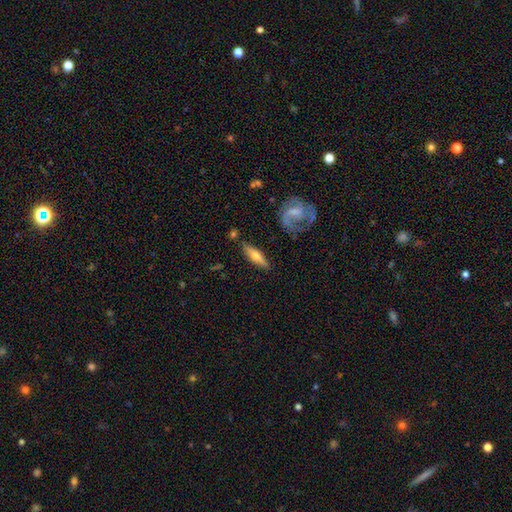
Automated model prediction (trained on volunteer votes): A featured or disk galaxy (54%) viewed edge-on (85%). Merging: none (81%).